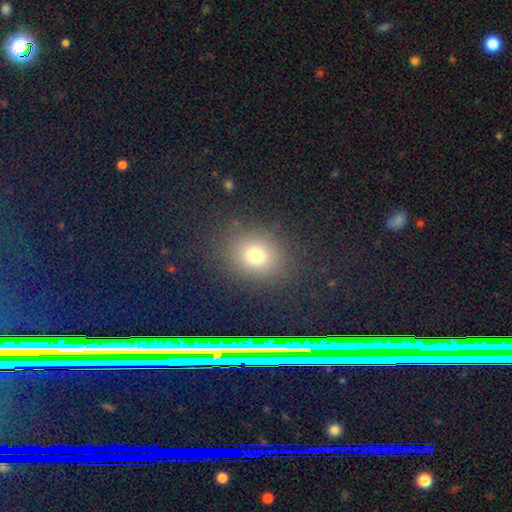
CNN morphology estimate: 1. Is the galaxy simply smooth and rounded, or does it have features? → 71% smooth, 20% star or artifact, 9% featured or disk.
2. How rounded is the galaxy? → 63% round, 36% in between, 1% cigar-shaped.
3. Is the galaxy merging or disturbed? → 85% none, 9% minor disturbance, 4% major disturbance, 2% merger.